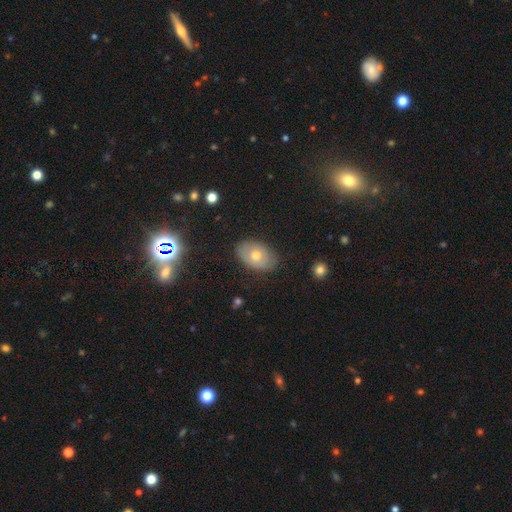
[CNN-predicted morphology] Smooth or featured? smooth (61%)
How rounded? in between (86%)
Merging? none (80%)